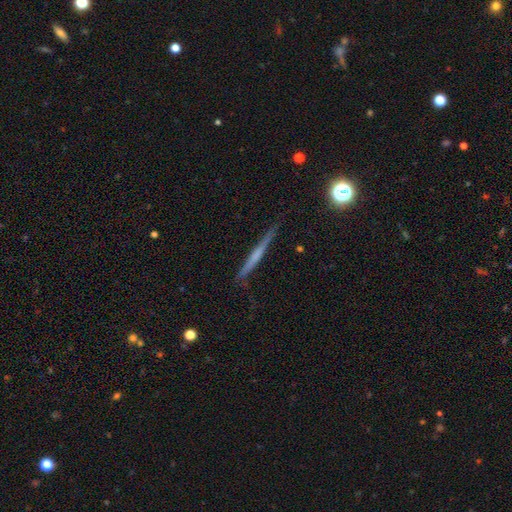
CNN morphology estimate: Overall: featured or disk (58%; smooth 34%). Edge-on disk: yes (97%). Edge-on bulge: none (67%). Merging: none (87%).